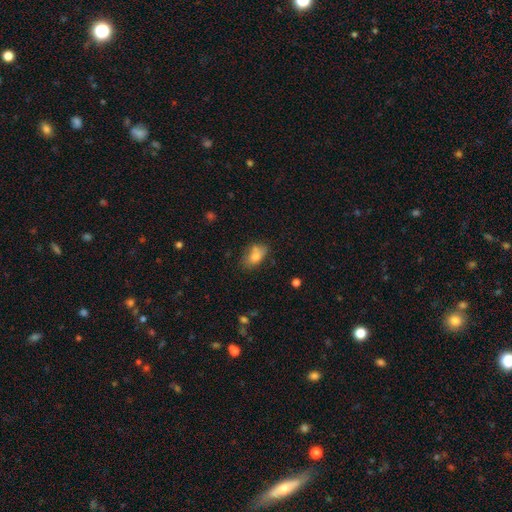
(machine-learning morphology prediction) Q: Smooth or featured?
A: smooth (75%); runner-up: featured or disk (16%)
Q: How rounded?
A: in between (85%); runner-up: round (12%)
Q: Merging?
A: none (55%); runner-up: minor disturbance (24%)